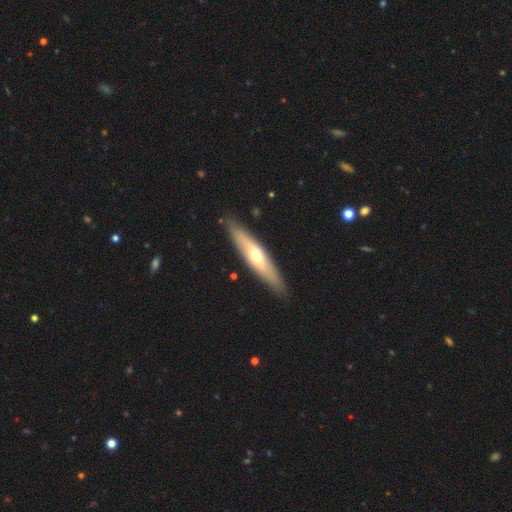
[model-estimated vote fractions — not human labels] featured or disk 54%, smooth 41%, star or artifact 5%. Down the decision tree: edge-on disk — yes (78%); merging — none (88%).